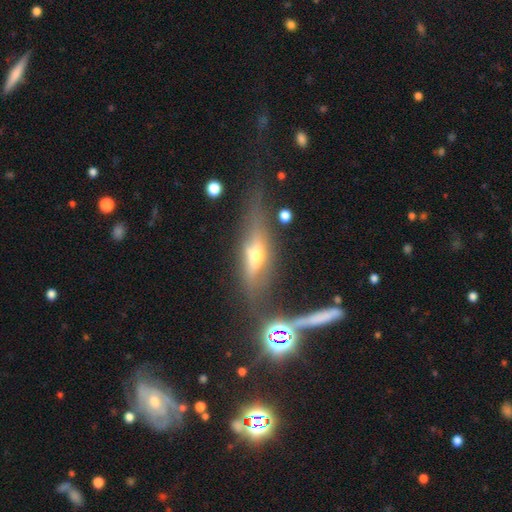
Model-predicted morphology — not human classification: Smooth or featured: featured or disk — 56% (smooth — 30%)
Edge-on disk: yes — 82% (no — 18%)
Merging: none — 61% (minor disturbance — 19%)